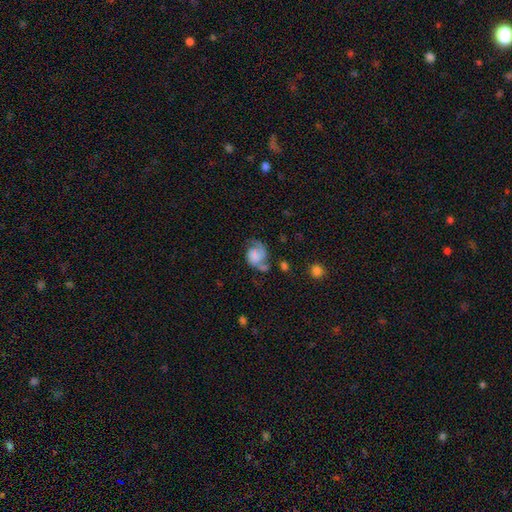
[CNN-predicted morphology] Overall: featured or disk (54%; smooth 37%). Edge-on disk: no (98%). Bar: no (69%). Spiral arms: yes (83%). Bulge size: small (39%; none 25%). Merging: none (36%; minor disturbance 25%).